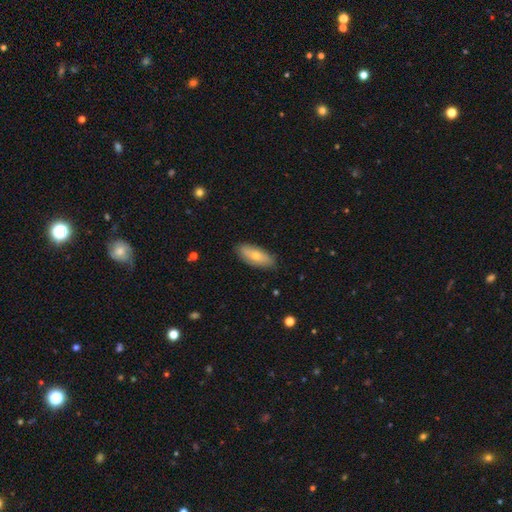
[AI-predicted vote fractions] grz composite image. It shows a smooth galaxy with no disk features (67%) that is in between round and cigar-shaped (76%). Merging: none (85%).